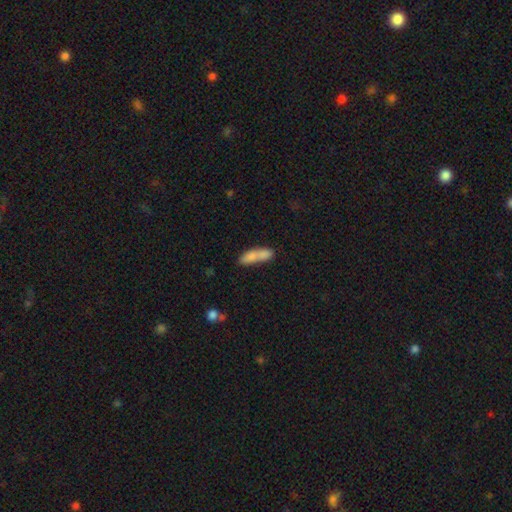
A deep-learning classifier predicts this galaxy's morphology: smooth-or-featured: smooth: 76% | featured or disk: 16% | star or artifact: 8%
  how-rounded: in between: 53% | cigar-shaped: 44% | round: 3%
  merging: merger: 43% | none: 36% | minor disturbance: 15% | major disturbance: 6%